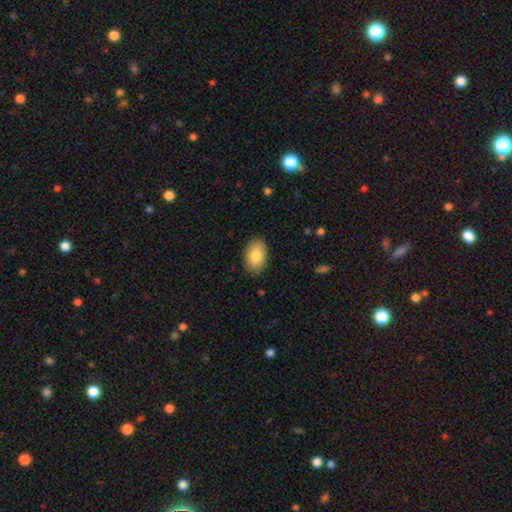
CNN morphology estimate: A smooth galaxy with no disk features (85%) that is in between round and cigar-shaped (91%). Merging: none (87%).